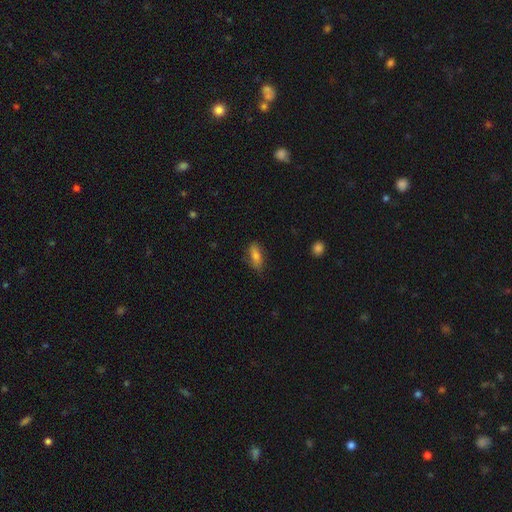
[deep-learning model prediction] A smooth galaxy with no disk features (76%) that is in between round and cigar-shaped (77%). Merging: none (73%).